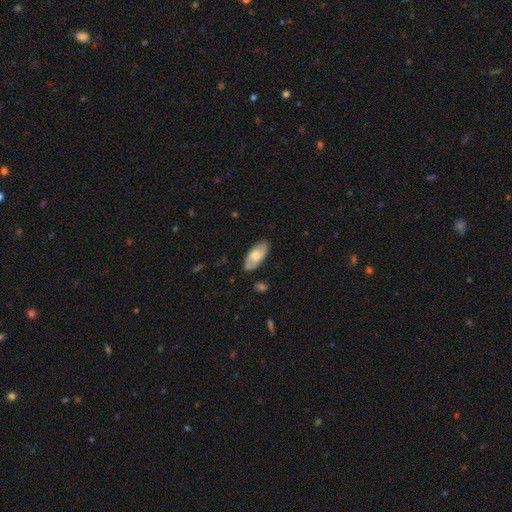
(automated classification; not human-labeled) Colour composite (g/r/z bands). It shows a smooth galaxy with no disk features (62%) that is in between round and cigar-shaped (89%). Merging: none (78%).